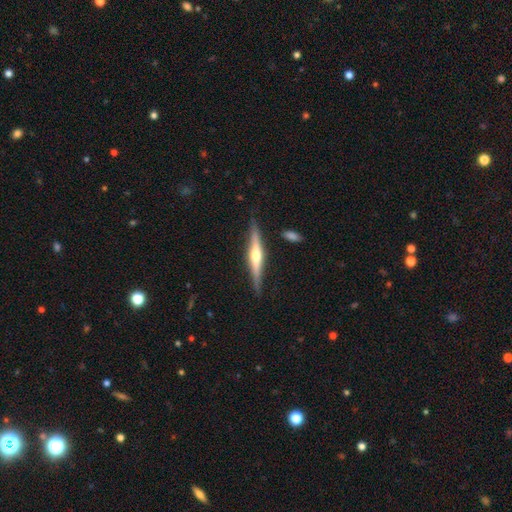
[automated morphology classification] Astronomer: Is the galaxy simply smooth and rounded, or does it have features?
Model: featured or disk — 70%.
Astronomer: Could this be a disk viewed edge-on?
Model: yes — 97%.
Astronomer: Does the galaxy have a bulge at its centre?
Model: rounded — 85%.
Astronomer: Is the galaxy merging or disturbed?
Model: none — 85%.